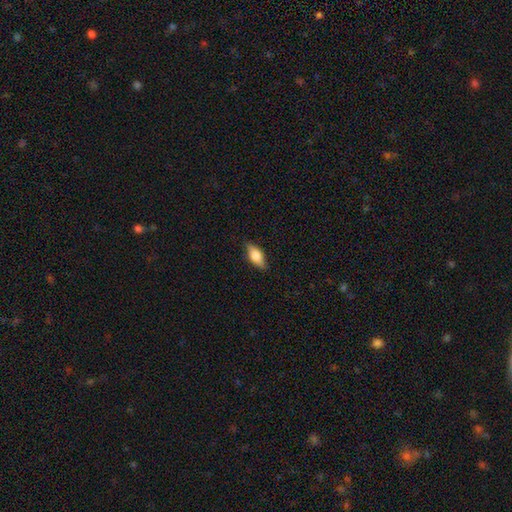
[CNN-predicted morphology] Q: Smooth or featured?
A: smooth (69%); runner-up: featured or disk (24%)
Q: How rounded?
A: in between (80%); runner-up: cigar-shaped (16%)
Q: Merging?
A: none (84%); runner-up: minor disturbance (13%)